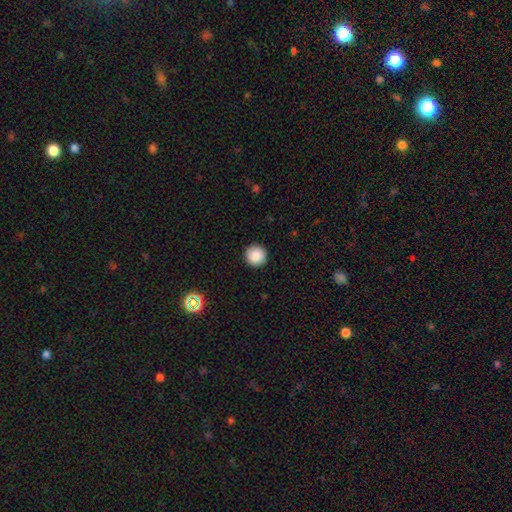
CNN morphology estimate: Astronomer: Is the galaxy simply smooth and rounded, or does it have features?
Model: smooth — 88%.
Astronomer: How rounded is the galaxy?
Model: round — 96%.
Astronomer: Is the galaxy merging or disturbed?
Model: none — 93%.